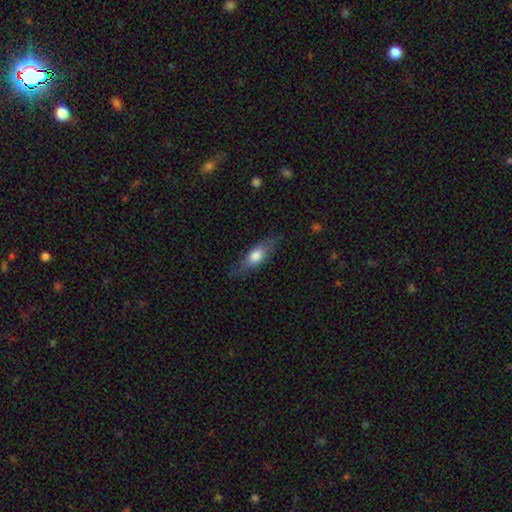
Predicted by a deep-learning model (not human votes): Smooth or featured? smooth (64%)
How rounded? in between (62%)
Merging? none (71%)